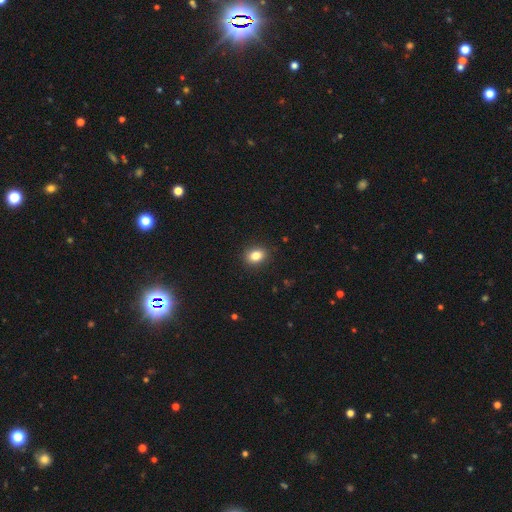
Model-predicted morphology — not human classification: This appears to be a smooth galaxy with no disk features (84%) that is in between round and cigar-shaped (64%). Merging: none (89%).